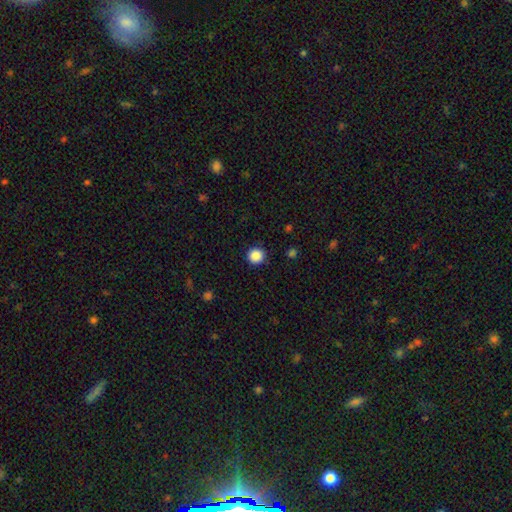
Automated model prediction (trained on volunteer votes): smooth-or-featured: smooth: 87% | star or artifact: 10% | featured or disk: 3%
  how-rounded: round: 95% | in between: 4% | cigar-shaped: 1%
  merging: none: 92% | minor disturbance: 5% | major disturbance: 2% | merger: 1%